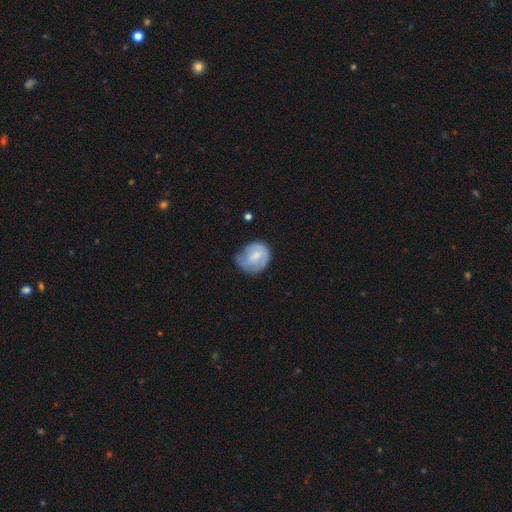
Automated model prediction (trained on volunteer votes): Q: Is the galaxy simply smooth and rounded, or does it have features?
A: smooth — 54%.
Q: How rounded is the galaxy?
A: round — 68%.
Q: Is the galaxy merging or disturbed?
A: none — 49%.